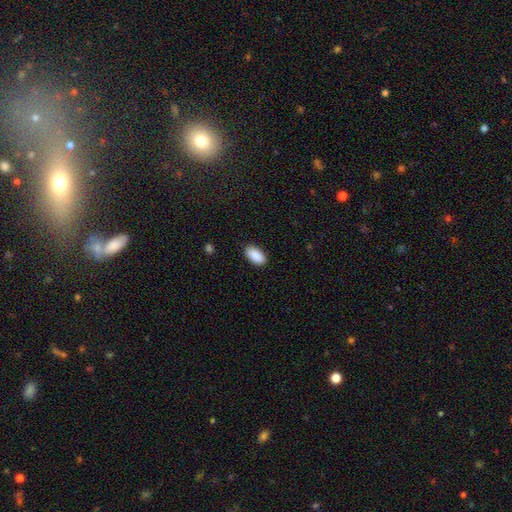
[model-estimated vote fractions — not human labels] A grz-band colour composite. It shows a smooth galaxy with no disk features (89%) that is in between round and cigar-shaped (95%). Merging: none (88%).